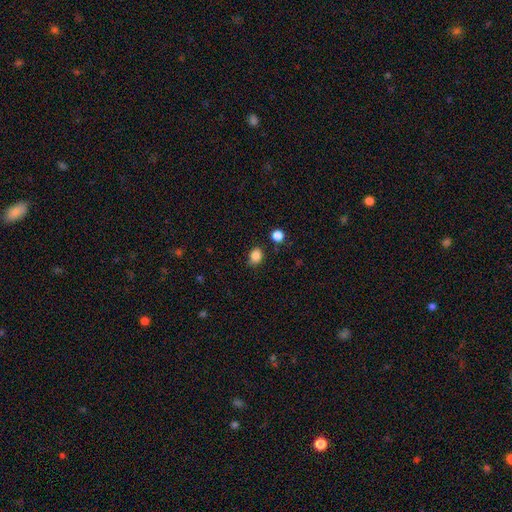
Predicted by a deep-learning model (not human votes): Smooth or featured? smooth (85%)
How rounded? round (54%)
Merging? none (76%)